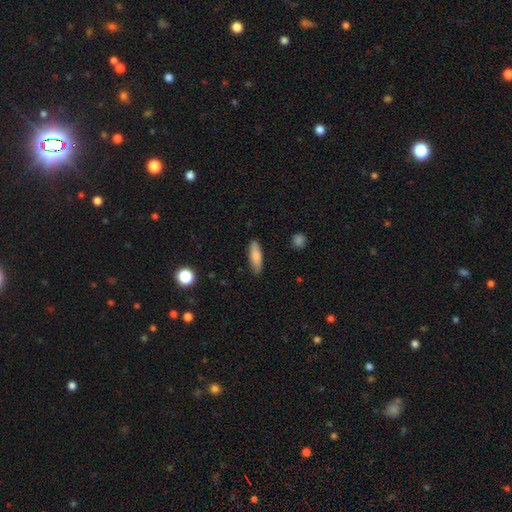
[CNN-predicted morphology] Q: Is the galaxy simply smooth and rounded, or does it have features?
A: smooth — 82%.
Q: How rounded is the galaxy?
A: cigar-shaped — 50%.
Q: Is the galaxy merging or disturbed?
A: none — 86%.